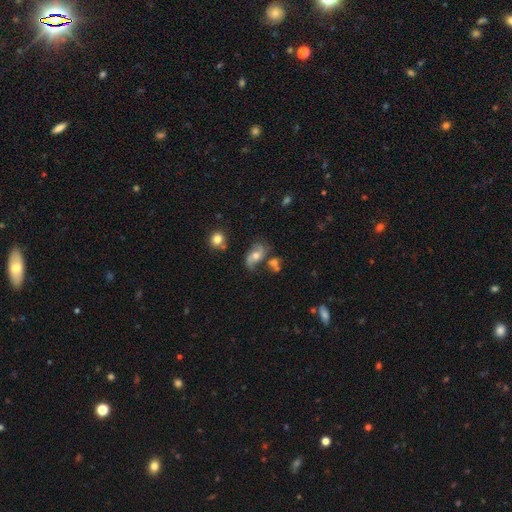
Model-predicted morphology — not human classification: Q: Smooth or featured?
A: featured or disk (56%); runner-up: smooth (34%)
Q: Edge-on disk?
A: no (94%); runner-up: yes (6%)
Q: Bar?
A: no (68%); runner-up: weak (25%)
Q: Spiral arms?
A: yes (81%); runner-up: no (19%)
Q: Bulge size?
A: moderate (71%); runner-up: small (15%)
Q: Merging?
A: none (51%); runner-up: minor disturbance (22%)